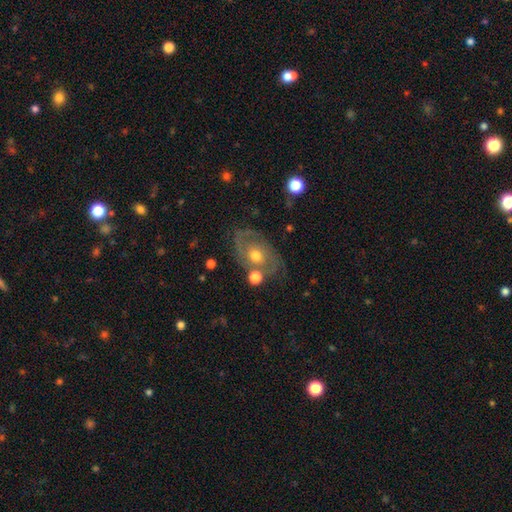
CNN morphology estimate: Smooth or featured: featured or disk — 69% (smooth — 22%)
Edge-on disk: no — 95% (yes — 5%)
Bar: no — 80% (weak — 17%)
Spiral arms: yes — 77% (no — 23%)
Spiral winding: tight — 47% (medium — 38%)
Spiral arm count: 2 — 60% (can't tell — 24%)
Bulge size: moderate — 74% (small — 18%)
Merging: none — 65% (minor disturbance — 19%)